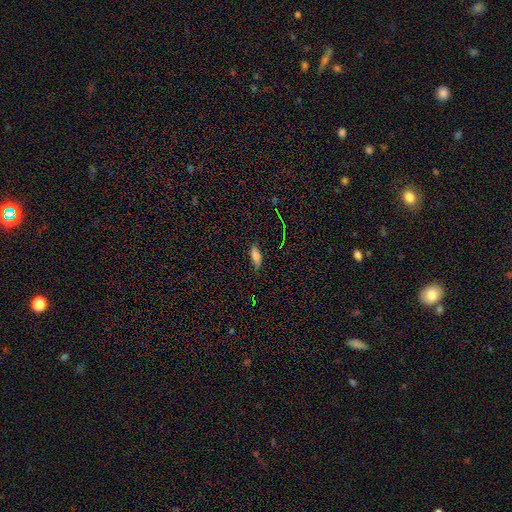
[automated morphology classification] Smooth or featured? Predicted: smooth (p=0.77). How rounded? Predicted: in between (p=0.75). Merging? Predicted: none (p=0.78).